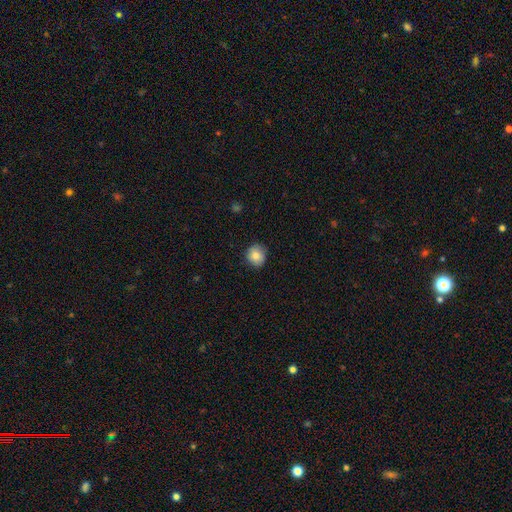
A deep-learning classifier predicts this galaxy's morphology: Smooth or featured: smooth — 83% (featured or disk — 9%)
How rounded: round — 83% (in between — 16%)
Merging: none — 83% (minor disturbance — 13%)